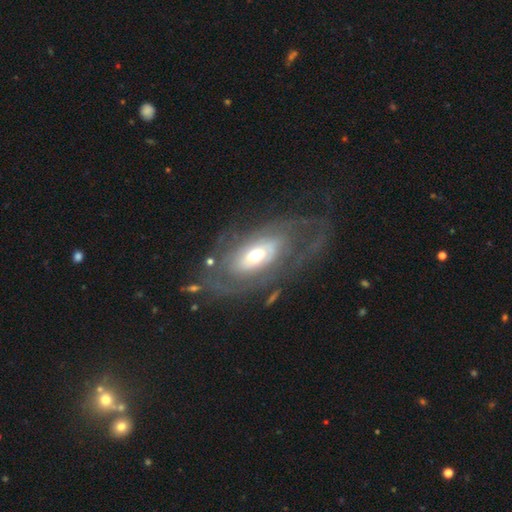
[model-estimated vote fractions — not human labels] This is likely a featured or disk galaxy (78%). It is clearly not viewed edge-on (91%). Bar: likely no (64%). Spiral arm pattern: likely yes (75%). Spiral arm count: possibly can't tell (48%). Spiral winding: possibly tight (58%). Central bulge: likely moderate (63%). Merging: possibly none (60%).